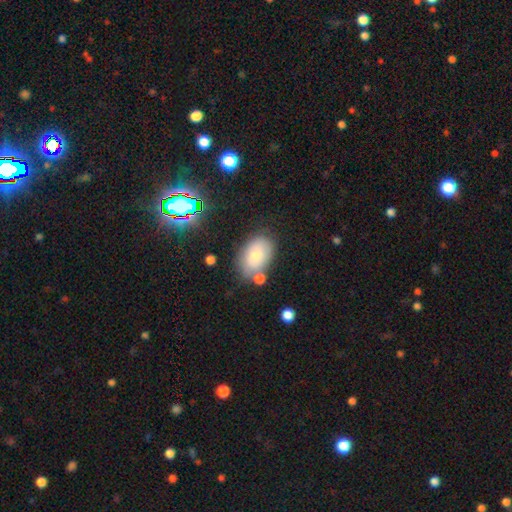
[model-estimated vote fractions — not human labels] Smooth or featured: smooth — 72% (featured or disk — 18%)
How rounded: in between — 88% (round — 11%)
Merging: none — 63% (minor disturbance — 20%)